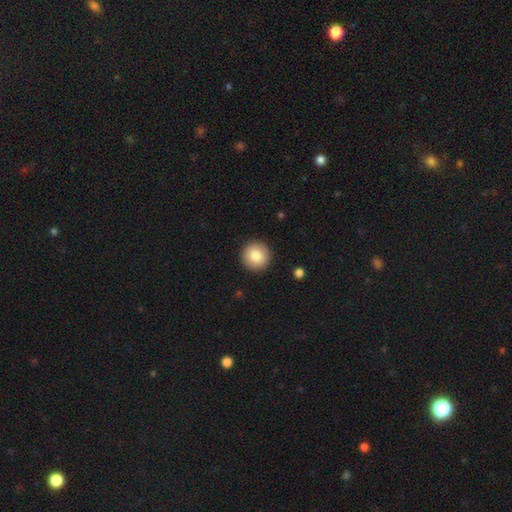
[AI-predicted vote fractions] Morphology: type=smooth (86%); roundness=round (95%); merging=none (92%).